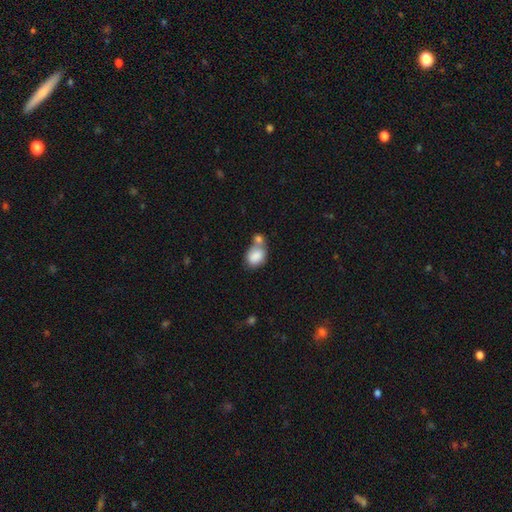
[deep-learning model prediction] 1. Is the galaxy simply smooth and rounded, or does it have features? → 84% smooth, 8% featured or disk, 8% star or artifact.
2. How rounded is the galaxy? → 64% in between, 35% round, 1% cigar-shaped.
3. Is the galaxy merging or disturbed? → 48% merger, 33% none, 14% minor disturbance, 5% major disturbance.